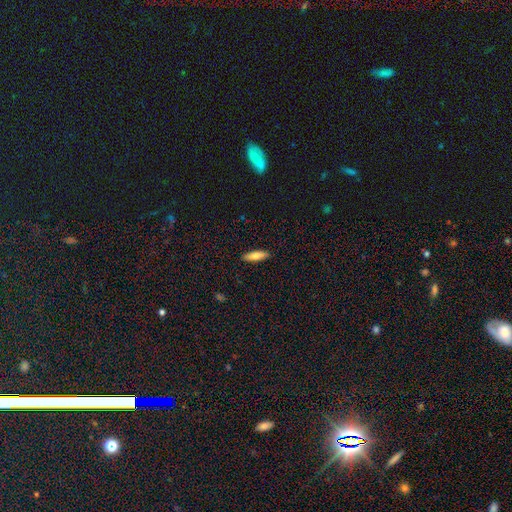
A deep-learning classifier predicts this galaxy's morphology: Q: Smooth or featured?
A: smooth (71%); runner-up: featured or disk (23%)
Q: How rounded?
A: cigar-shaped (62%); runner-up: in between (36%)
Q: Merging?
A: none (90%); runner-up: minor disturbance (7%)